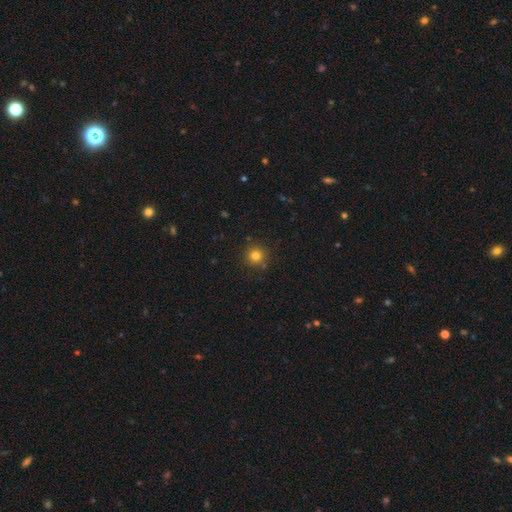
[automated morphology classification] Smooth or featured? Predicted: smooth (p=0.80). How rounded? Predicted: round (p=0.94). Merging? Predicted: none (p=0.87).